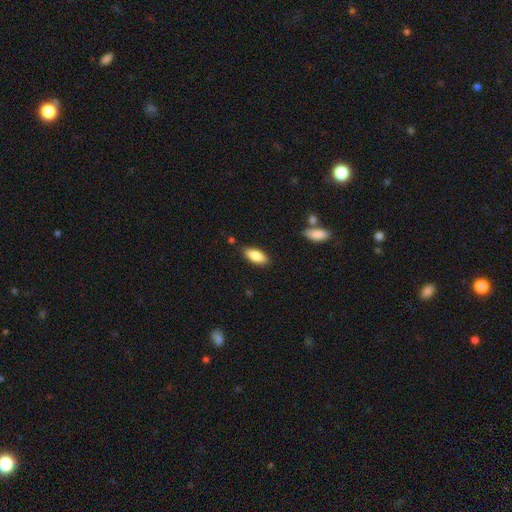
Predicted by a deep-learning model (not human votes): Smooth or featured: smooth — 82% (featured or disk — 12%)
How rounded: in between — 82% (cigar-shaped — 16%)
Merging: none — 85% (minor disturbance — 11%)